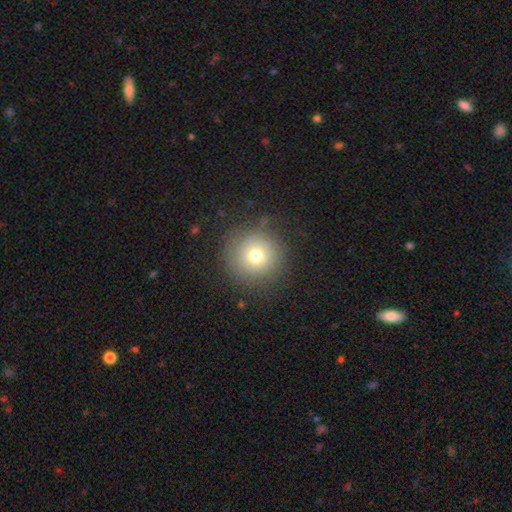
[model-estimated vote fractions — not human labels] Q: Smooth or featured?
A: smooth (72%); runner-up: star or artifact (14%)
Q: How rounded?
A: round (95%); runner-up: in between (4%)
Q: Merging?
A: none (83%); runner-up: minor disturbance (11%)